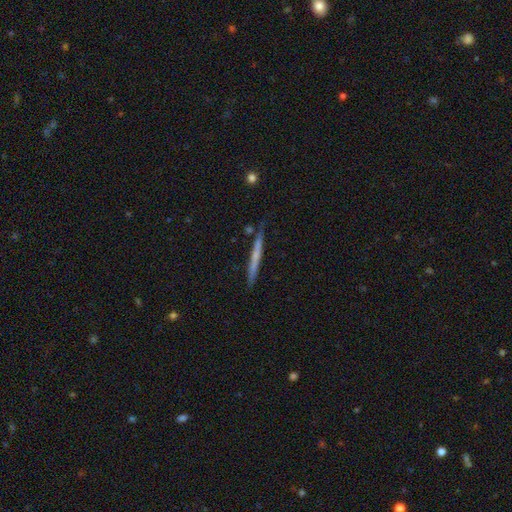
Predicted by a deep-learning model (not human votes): The model was most divided on "smooth or featured": featured or disk: 49%, smooth: 45%, star or artifact: 6%. More confident: merging — none (84%).